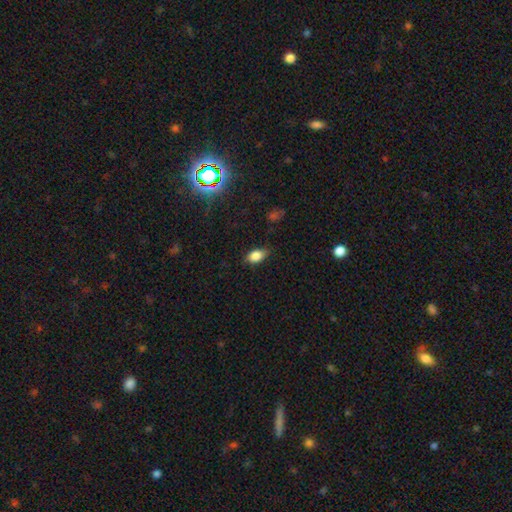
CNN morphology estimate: smooth 82%, star or artifact 10%, featured or disk 7%. Down the decision tree: how rounded — in between (86%); merging — none (77%).